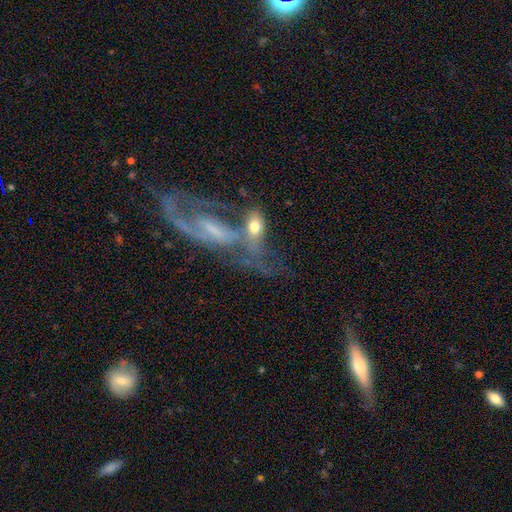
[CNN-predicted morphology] type=featured or disk (72%); edge-on=no (84%); bar=no (46%); spiral arms=yes (75%); bulge=small (42%); merging=merger (49%).